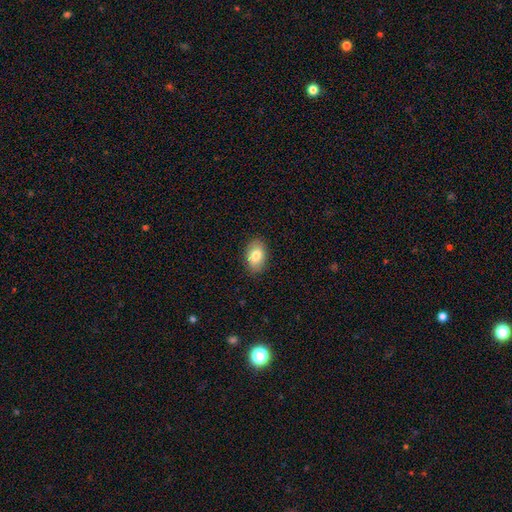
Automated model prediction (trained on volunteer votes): Smooth or featured? smooth (81%)
How rounded? in between (87%)
Merging? none (88%)